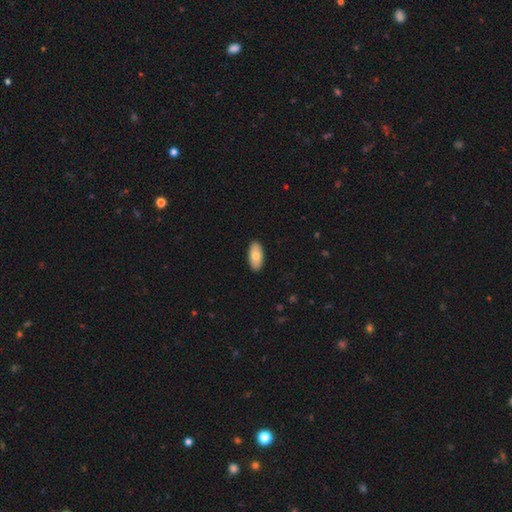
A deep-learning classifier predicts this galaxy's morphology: This is likely a smooth galaxy (75%). How rounded: clearly in between (92%). Merging: clearly none (90%).